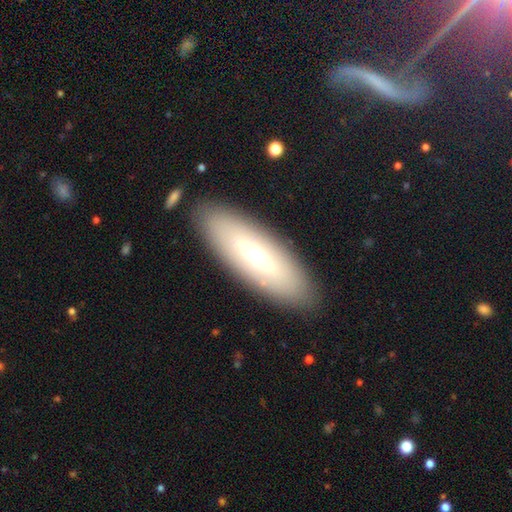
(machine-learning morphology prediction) A smooth galaxy with no disk features (49%). Merging: none (86%).